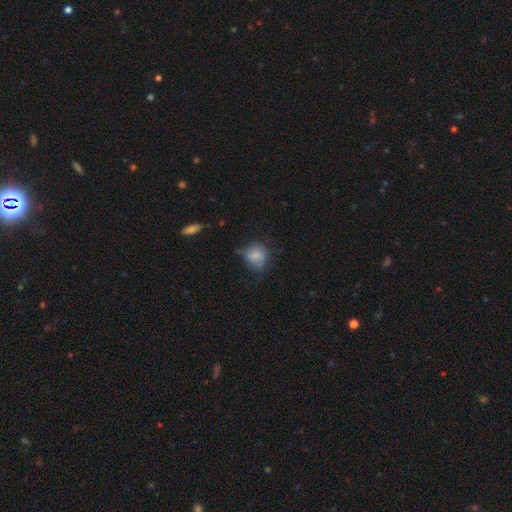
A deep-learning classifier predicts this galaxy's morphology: smooth 73%, featured or disk 16%, star or artifact 11%. Down the decision tree: how rounded — round (55%); merging — none (39%).